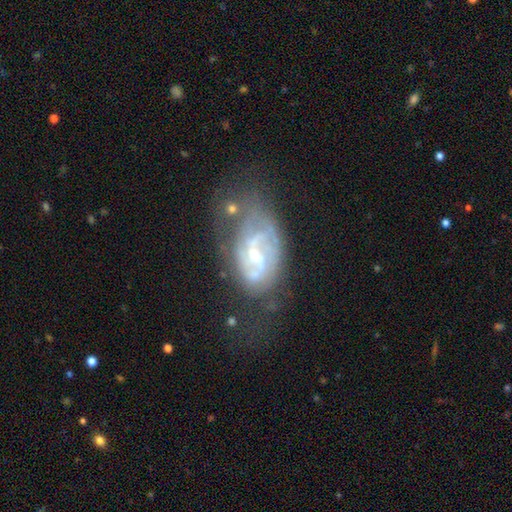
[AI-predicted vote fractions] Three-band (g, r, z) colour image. It shows a featured or disk galaxy (79%) with a weak bar (54%), 2 (54%) medium (44%) spiral arms (85%) and a small central bulge (45%). Merging: none (40%).